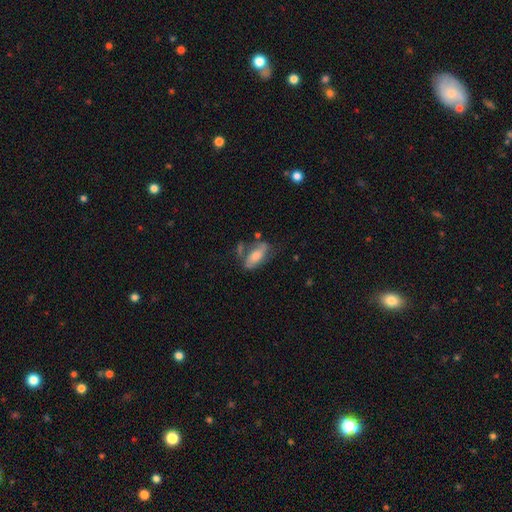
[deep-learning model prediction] Morphology: type=smooth (58%); roundness=in between (80%); merging=none (51%).